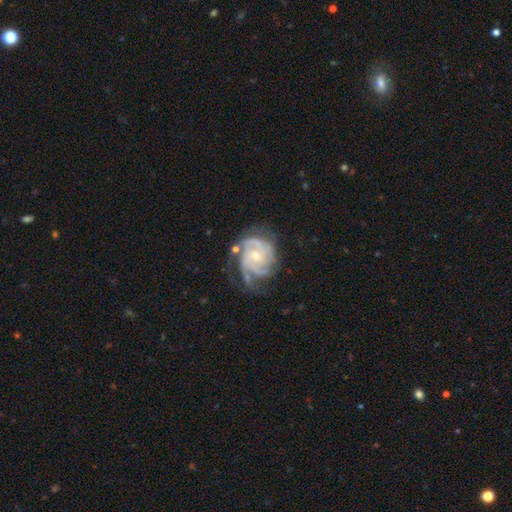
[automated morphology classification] smooth_or_featured: featured or disk (p=0.89) [alt: smooth p=0.06]
disk_edge_on: no (p=0.98) [alt: yes p=0.02]
bar: no (p=0.73) [alt: weak p=0.22]
has_spiral_arms: yes (p=0.97) [alt: no p=0.03]
spiral_winding: tight (p=0.63) [alt: medium p=0.31]
spiral_arm_count: 3 (p=0.38) [alt: 4 p=0.25]
bulge_size: small (p=0.59) [alt: moderate p=0.38]
merging: none (p=0.59) [alt: minor disturbance p=0.24]